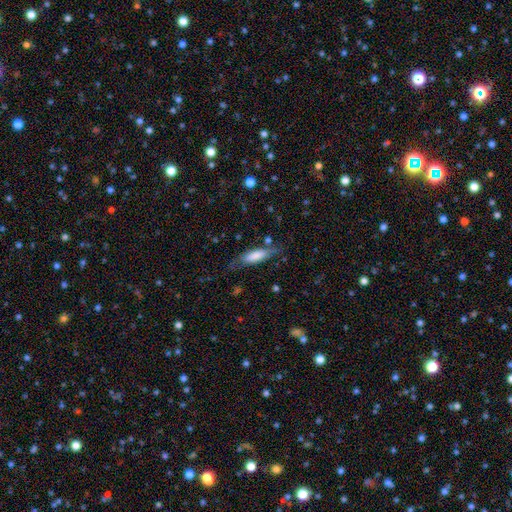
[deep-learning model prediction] Morphology: type=smooth (66%); roundness=in between (51%); merging=none (63%).